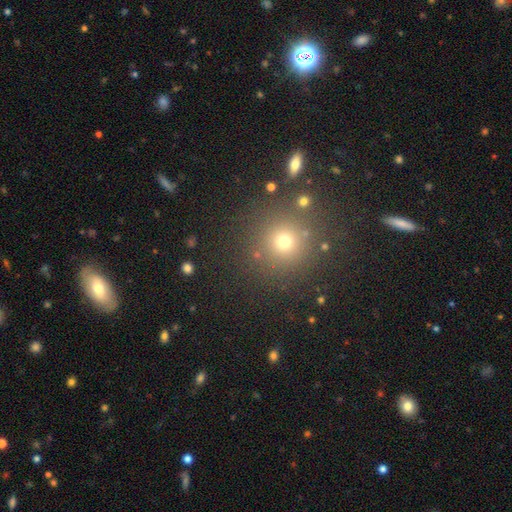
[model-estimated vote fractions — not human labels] A smooth galaxy with no disk features (60%) that is round (92%).

Vote fractions:
- Smooth or featured? smooth: 60% / star or artifact: 31% / featured or disk: 9%
- How rounded? round: 92% / in between: 6% / cigar-shaped: 1%
- Merging? none: 86% / minor disturbance: 7% / merger: 4% / major disturbance: 3%